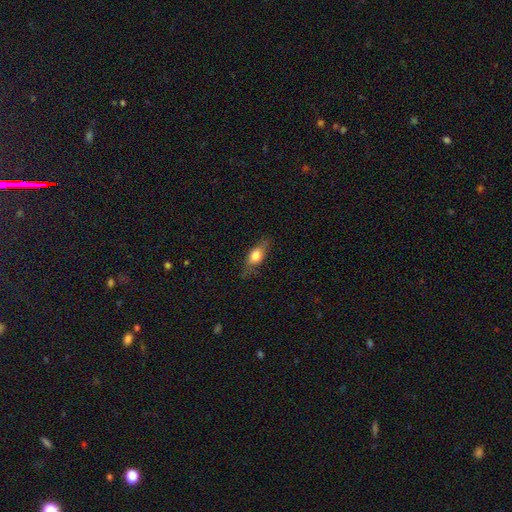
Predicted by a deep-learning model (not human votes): Smooth or featured? Predicted: smooth (p=0.69). How rounded? Predicted: in between (p=0.73). Merging? Predicted: none (p=0.71).